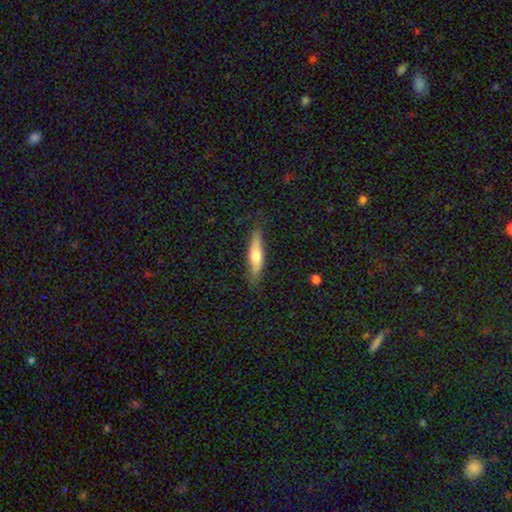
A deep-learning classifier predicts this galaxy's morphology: Smooth or featured? smooth (57%)
How rounded? cigar-shaped (66%)
Merging? none (81%)